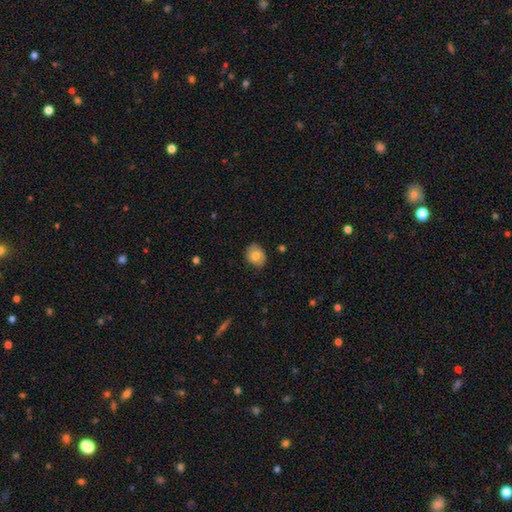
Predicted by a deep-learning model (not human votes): Smooth or featured: smooth — 72% (featured or disk — 20%)
How rounded: in between — 54% (round — 45%)
Merging: none — 78% (minor disturbance — 18%)